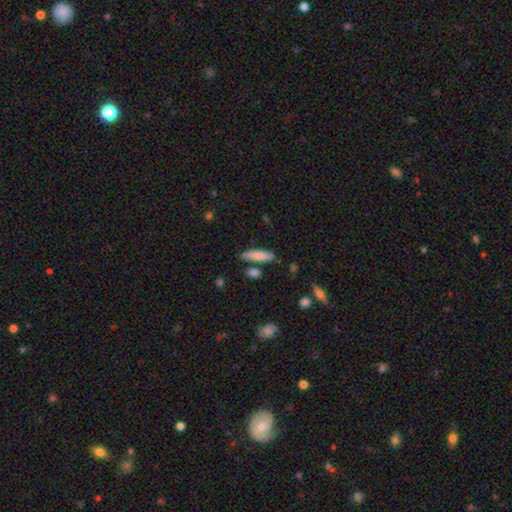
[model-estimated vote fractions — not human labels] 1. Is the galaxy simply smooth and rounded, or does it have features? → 83% smooth, 10% featured or disk, 7% star or artifact.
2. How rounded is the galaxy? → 65% cigar-shaped, 33% in between, 2% round.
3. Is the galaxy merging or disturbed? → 77% none, 12% minor disturbance, 8% merger, 3% major disturbance.